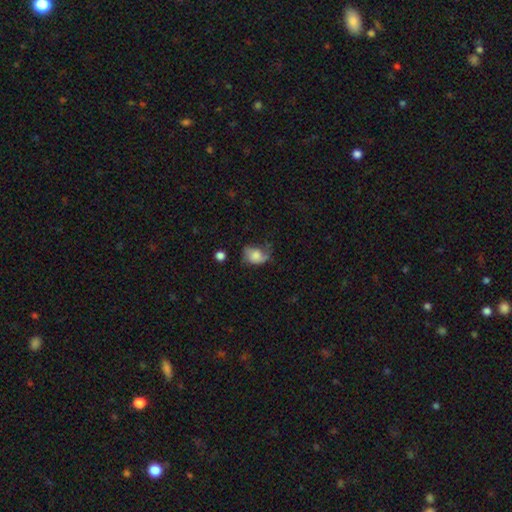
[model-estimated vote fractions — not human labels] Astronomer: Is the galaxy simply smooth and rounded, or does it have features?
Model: smooth — 64%.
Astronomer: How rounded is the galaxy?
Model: in between — 69%.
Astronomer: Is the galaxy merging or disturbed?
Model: minor disturbance — 34% (runner-up: none, 33%).